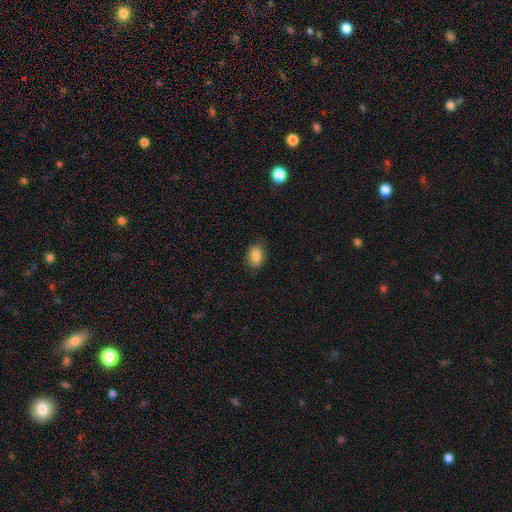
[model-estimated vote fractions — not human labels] The model was most divided on "how rounded": in between: 75%, round: 24%, cigar-shaped: 1%. More confident: smooth or featured — smooth (84%); merging — none (82%).